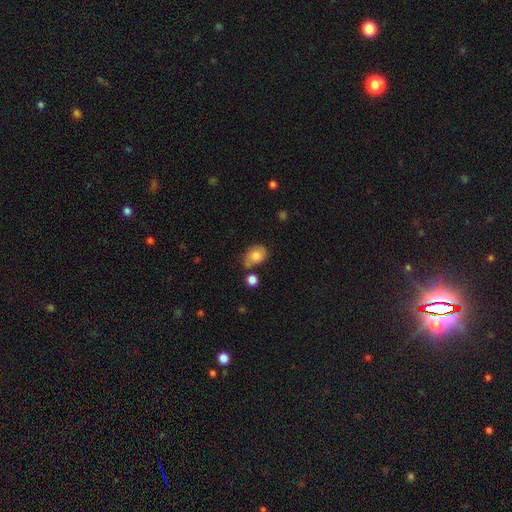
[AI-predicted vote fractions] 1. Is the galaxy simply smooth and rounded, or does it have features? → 78% smooth, 13% featured or disk, 8% star or artifact.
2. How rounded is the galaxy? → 71% in between, 28% round, 1% cigar-shaped.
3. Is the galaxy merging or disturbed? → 53% none, 26% minor disturbance, 14% merger, 7% major disturbance.